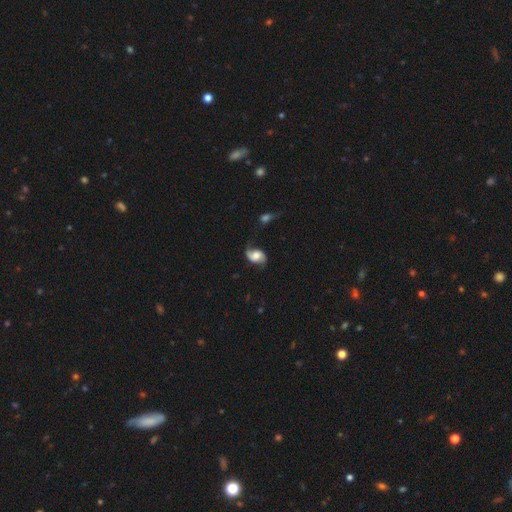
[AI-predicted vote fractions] A featured or disk galaxy (69%) with no bar (56%), 2 (89%) loose (54%) spiral arms (92%) and a moderate central bulge (41%).

Vote fractions:
- Smooth or featured? featured or disk: 69% / smooth: 23% / star or artifact: 8%
- Edge-on disk? no: 97% / yes: 3%
- Bar? no: 56% / weak: 35% / strong: 10%
- Spiral arms? yes: 92% / no: 8%
- Spiral winding? loose: 54% / medium: 34% / tight: 12%
- Spiral arm count? 2: 89% / 1: 5% / can't tell: 4% / 3: 1% / 4: 1% / more than 4: 1%
- Bulge size? moderate: 41% / large: 29% / small: 16% / none: 9% / dominant: 5%
- Merging? none: 63% / minor disturbance: 22% / major disturbance: 10% / merger: 5%